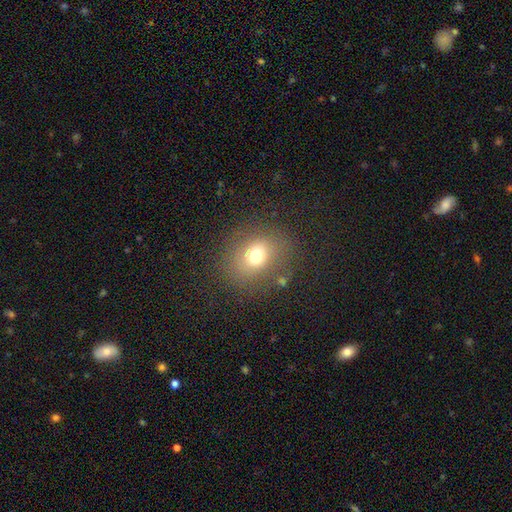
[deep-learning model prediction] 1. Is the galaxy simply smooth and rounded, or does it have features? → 69% smooth, 17% star or artifact, 14% featured or disk.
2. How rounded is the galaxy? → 60% round, 39% in between, 1% cigar-shaped.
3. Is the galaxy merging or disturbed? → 76% none, 13% minor disturbance, 8% major disturbance, 2% merger.